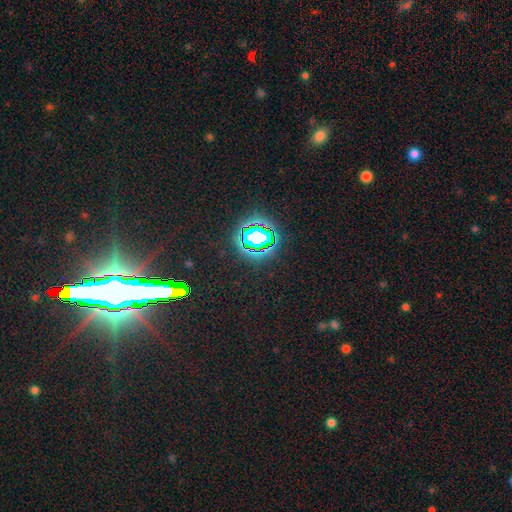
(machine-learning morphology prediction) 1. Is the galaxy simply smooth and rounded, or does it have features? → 79% star or artifact, 11% featured or disk, 10% smooth.